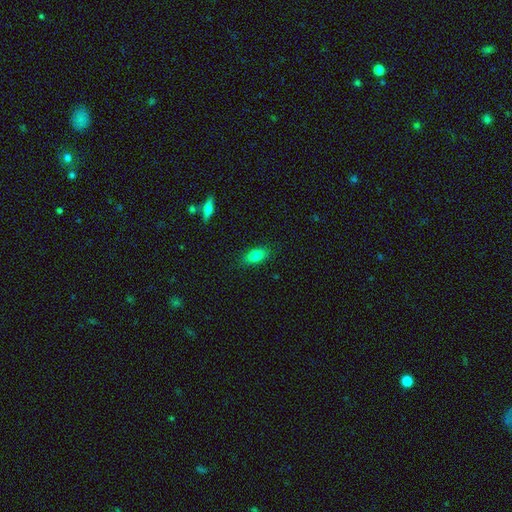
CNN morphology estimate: The model was most divided on "smooth or featured": smooth: 80%, featured or disk: 11%, star or artifact: 8%. More confident: merging — none (85%); how rounded — in between (83%).